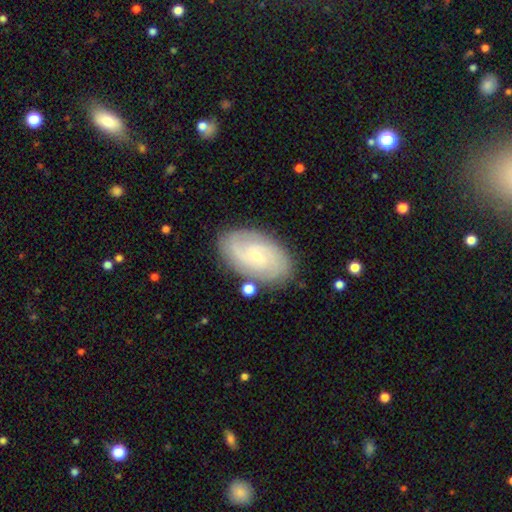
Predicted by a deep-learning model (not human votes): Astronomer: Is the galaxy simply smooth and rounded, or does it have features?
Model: featured or disk — 77%.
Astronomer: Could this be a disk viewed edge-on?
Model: no — 96%.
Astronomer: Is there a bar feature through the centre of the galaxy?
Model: no — 66%.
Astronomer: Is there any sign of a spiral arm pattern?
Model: yes — 93%.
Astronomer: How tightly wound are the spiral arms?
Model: tight — 57% (runner-up: medium, 33%).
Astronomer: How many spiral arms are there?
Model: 2 — 48% (runner-up: can't tell, 25%).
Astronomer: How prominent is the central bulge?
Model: small — 78%.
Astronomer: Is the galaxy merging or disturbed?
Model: none — 81%.